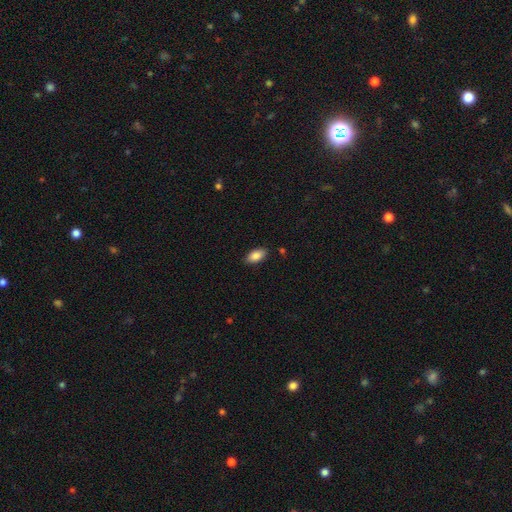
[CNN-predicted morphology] Smooth or featured? Predicted: smooth (p=0.87). How rounded? Predicted: in between (p=0.93). Merging? Predicted: none (p=0.87).